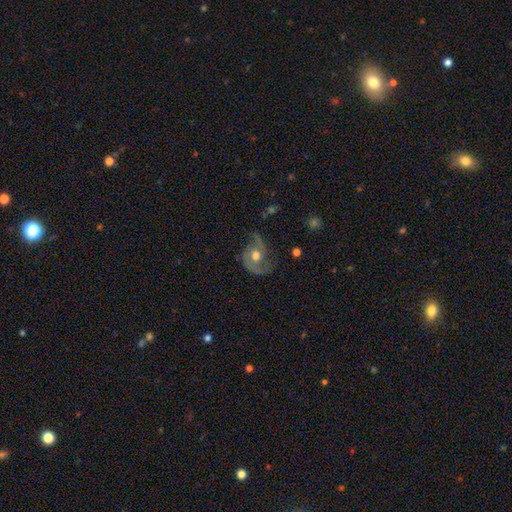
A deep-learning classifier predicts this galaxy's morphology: Overall: featured or disk (74%). Edge-on disk: no (97%). Bar: no (74%). Spiral arms: yes (90%). Spiral arm count: 2 (75%). Spiral winding: medium (45%; loose 32%). Bulge size: moderate (72%). Merging: none (52%; minor disturbance 25%).